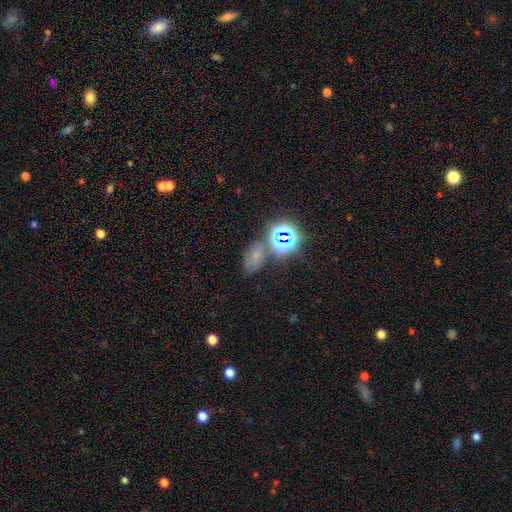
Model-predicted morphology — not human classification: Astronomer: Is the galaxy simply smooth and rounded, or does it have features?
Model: smooth — 48% (runner-up: star or artifact, 39%).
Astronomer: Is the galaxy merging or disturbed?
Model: none — 58%.